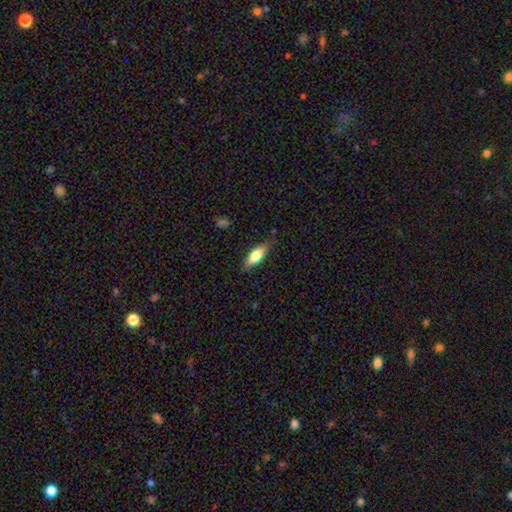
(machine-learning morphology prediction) Smooth or featured? Predicted: smooth (p=0.67). How rounded? Predicted: in between (p=0.63). Merging? Predicted: none (p=0.81).